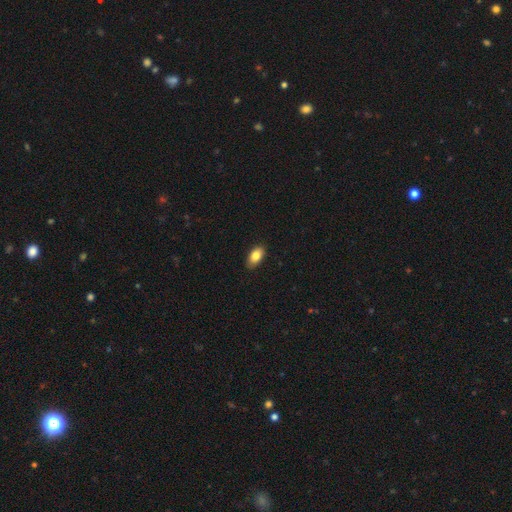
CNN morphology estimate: smooth_or_featured: smooth (p=0.84) [alt: featured or disk p=0.09]
how_rounded: in between (p=0.92) [alt: round p=0.05]
merging: none (p=0.88) [alt: minor disturbance p=0.10]